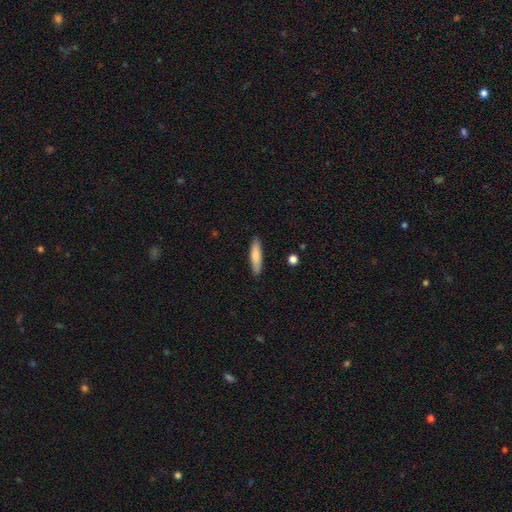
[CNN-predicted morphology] This is likely a smooth galaxy (78%). How rounded: likely cigar-shaped (77%). Merging: clearly none (89%).